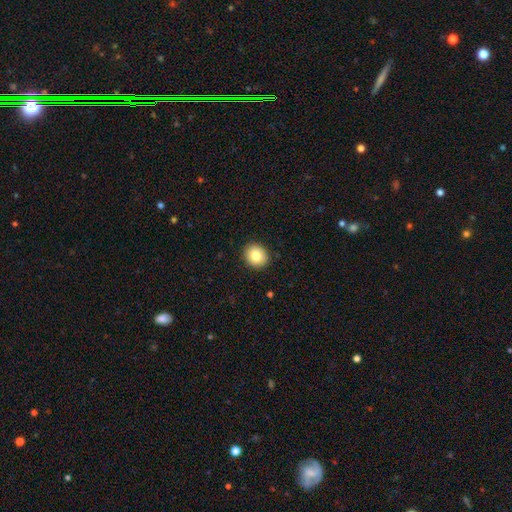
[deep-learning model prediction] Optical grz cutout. It shows a smooth galaxy with no disk features (83%) that is round (80%). Merging: none (91%).